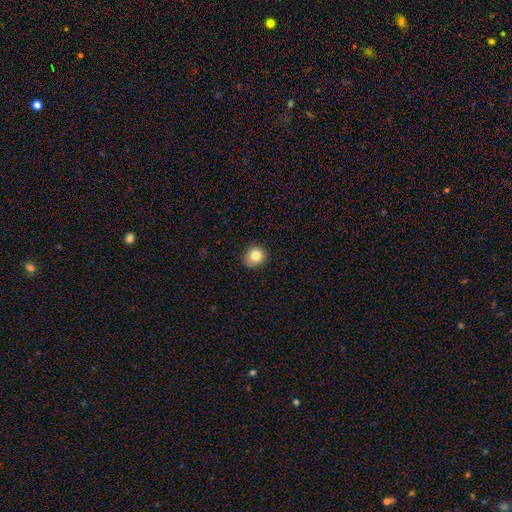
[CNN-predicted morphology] Q: Smooth or featured?
A: smooth (83%); runner-up: star or artifact (10%)
Q: How rounded?
A: round (80%); runner-up: in between (19%)
Q: Merging?
A: none (80%); runner-up: minor disturbance (16%)